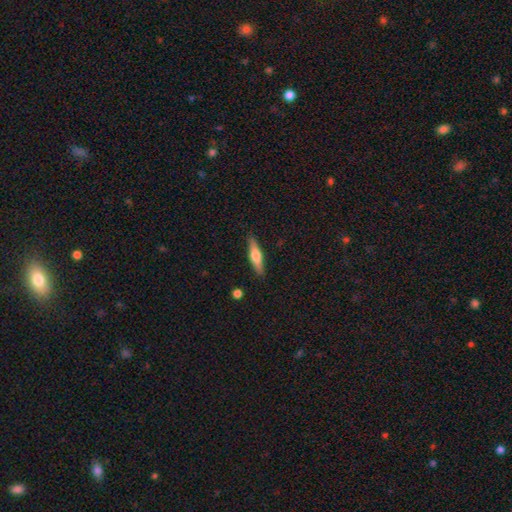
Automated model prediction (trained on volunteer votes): Overall: featured or disk (50%; smooth 44%). Merging: none (88%).